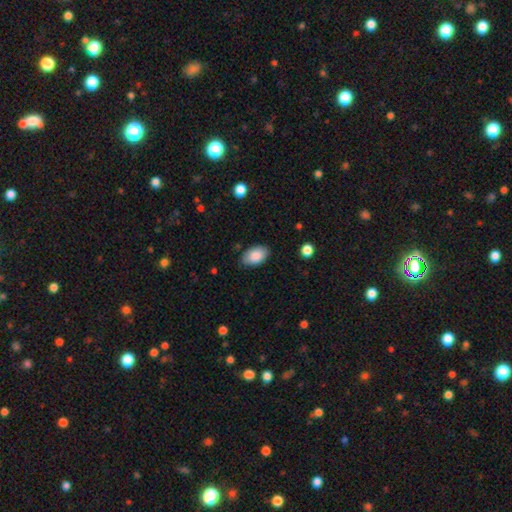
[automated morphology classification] Smooth or featured? smooth (87%)
How rounded? in between (92%)
Merging? none (81%)